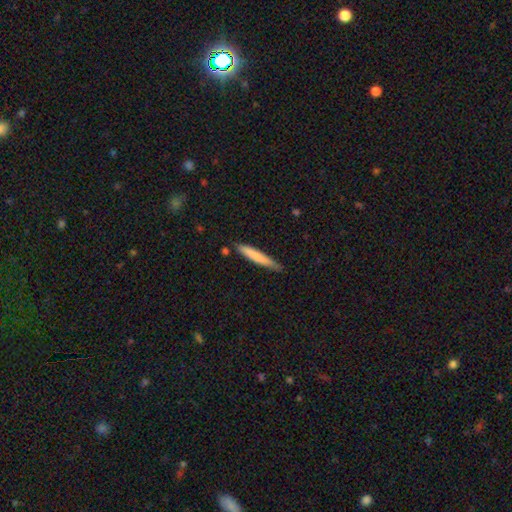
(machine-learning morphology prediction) A smooth galaxy with no disk features (75%) that is cigar-shaped (94%). Merging: none (75%).